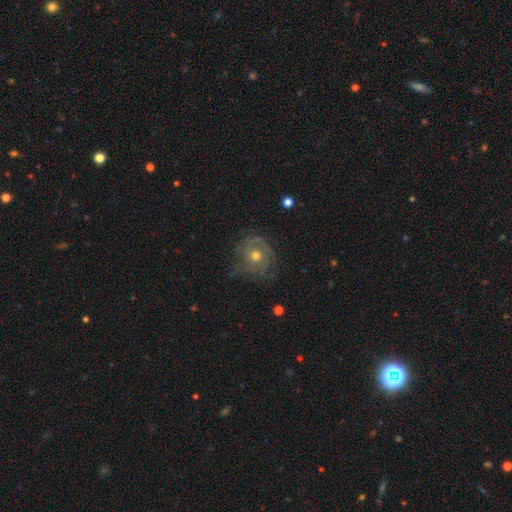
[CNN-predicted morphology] This is possibly a featured or disk galaxy (59%). It is clearly not viewed edge-on (96%). Bar: clearly no (86%). Spiral arm pattern: likely yes (70%). Central bulge: likely moderate (73%). Merging: likely none (62%).